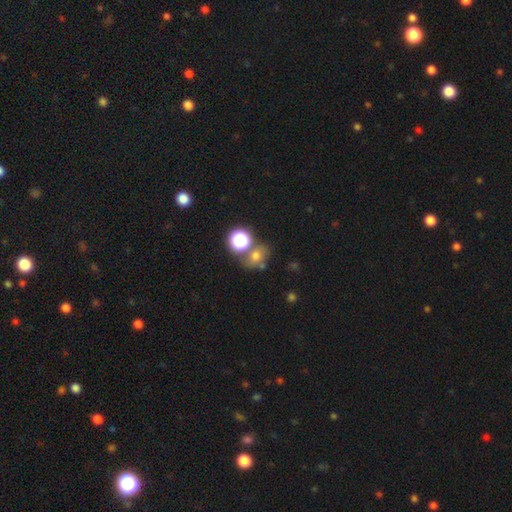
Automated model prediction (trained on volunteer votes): This is likely a smooth galaxy (65%). How rounded: possibly round (58%). Merging: possibly none (55%).